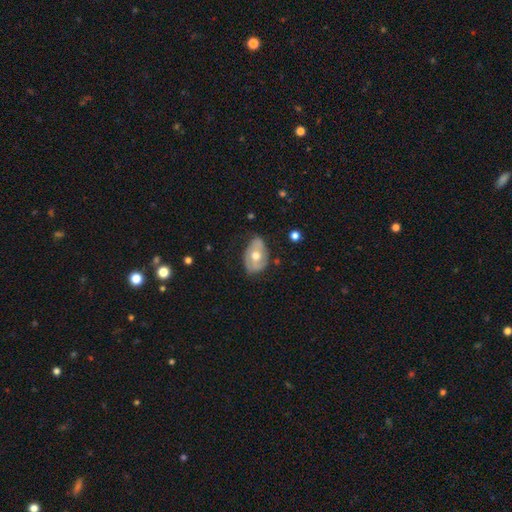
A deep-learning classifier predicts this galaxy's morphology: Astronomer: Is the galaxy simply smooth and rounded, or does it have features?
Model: featured or disk — 48% (runner-up: smooth, 45%).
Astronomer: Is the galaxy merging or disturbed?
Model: none — 58%.